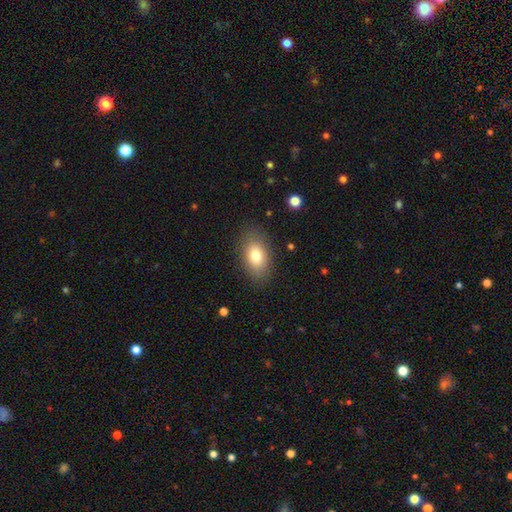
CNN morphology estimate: The model was most divided on "smooth or featured": smooth: 79%, featured or disk: 12%, star or artifact: 9%. More confident: how rounded — in between (88%); merging — none (83%).